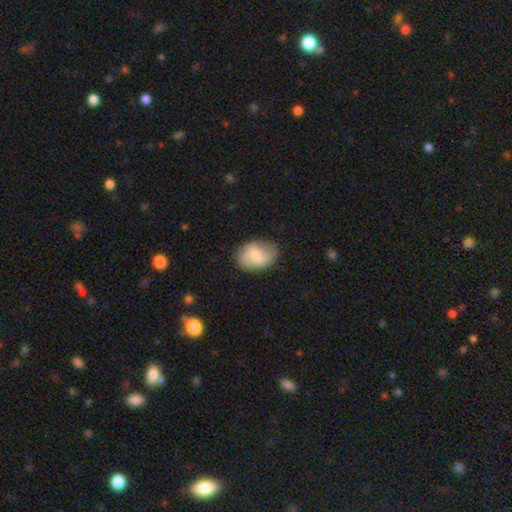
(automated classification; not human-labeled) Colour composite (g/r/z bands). It shows a smooth galaxy with no disk features (62%) that is in between round and cigar-shaped (79%). Merging: none (77%).